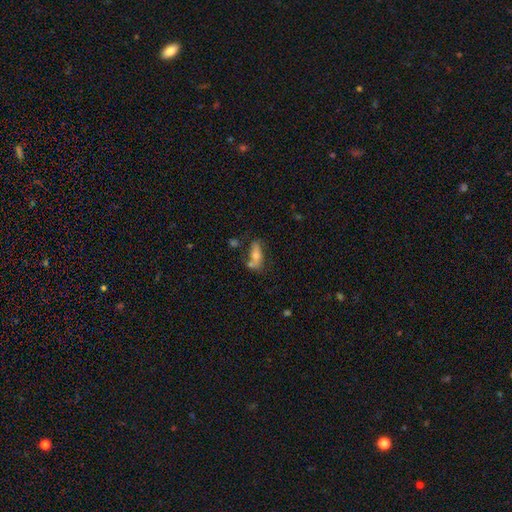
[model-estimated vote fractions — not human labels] Morphology: type=smooth (53%); roundness=in between (68%); merging=none (52%).